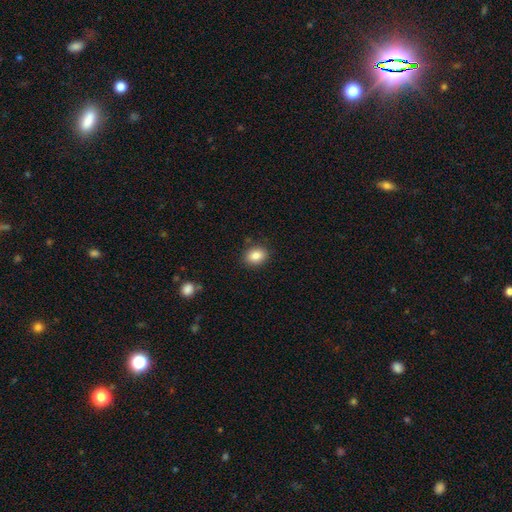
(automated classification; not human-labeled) Smooth or featured? smooth (86%)
How rounded? in between (68%)
Merging? none (86%)